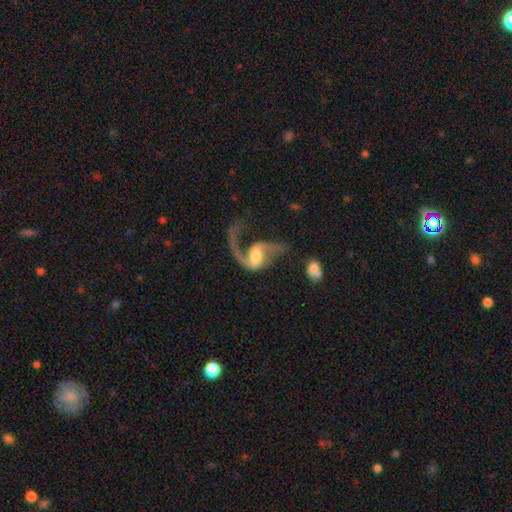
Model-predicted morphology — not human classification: A featured or disk galaxy (87%) with a weak bar (42%), 2 (70%) loose (75%) spiral arms (95%) and a moderate central bulge (58%).

Vote fractions:
- Smooth or featured? featured or disk: 87% / smooth: 8% / star or artifact: 5%
- Edge-on disk? no: 97% / yes: 3%
- Bar? weak: 42% / no: 41% / strong: 17%
- Spiral arms? yes: 95% / no: 5%
- Spiral winding? loose: 75% / medium: 21% / tight: 4%
- Spiral arm count? 2: 70% / 1: 26% / can't tell: 2% / 3: 1% / 4: 1% / more than 4: 1%
- Bulge size? moderate: 58% / small: 20% / large: 17% / none: 4% / dominant: 2%
- Merging? none: 38% / major disturbance: 37% / minor disturbance: 16% / merger: 9%